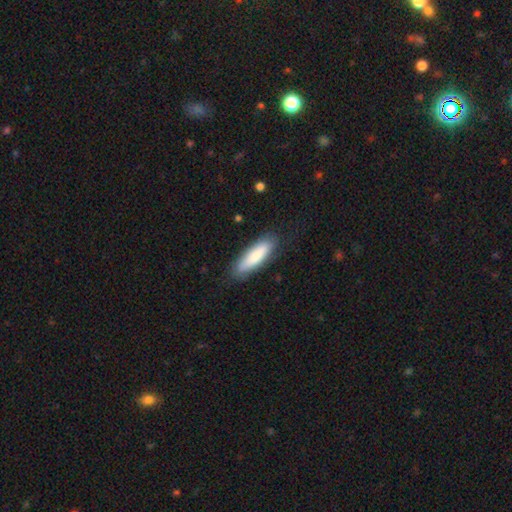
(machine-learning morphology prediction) Smooth or featured?
  - smooth: 81% *
  - featured or disk: 14%
  - star or artifact: 6%
How rounded?
  - cigar-shaped: 55% *
  - in between: 44%
  - round: 1%
Merging?
  - none: 80% *
  - minor disturbance: 15%
  - major disturbance: 4%
  - merger: 1%